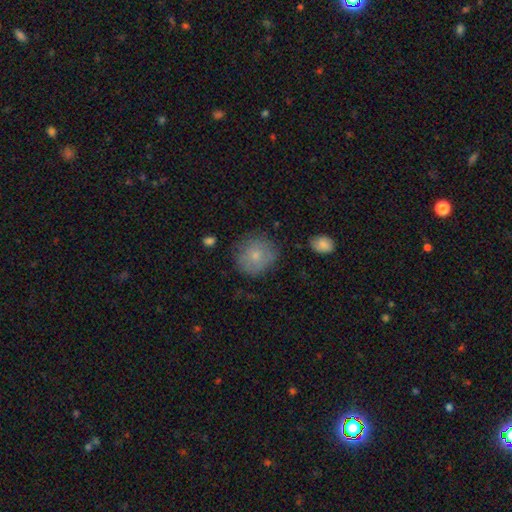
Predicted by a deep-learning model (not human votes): Smooth or featured?
  - smooth: 75% *
  - featured or disk: 17%
  - star or artifact: 9%
How rounded?
  - round: 85% *
  - in between: 14%
  - cigar-shaped: 1%
Merging?
  - none: 74% *
  - minor disturbance: 19%
  - major disturbance: 6%
  - merger: 2%